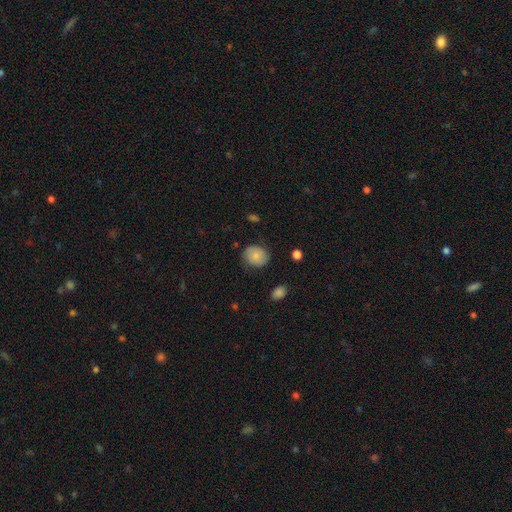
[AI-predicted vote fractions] This appears to be a smooth galaxy with no disk features (76%) that is round (63%). Merging: none (75%).